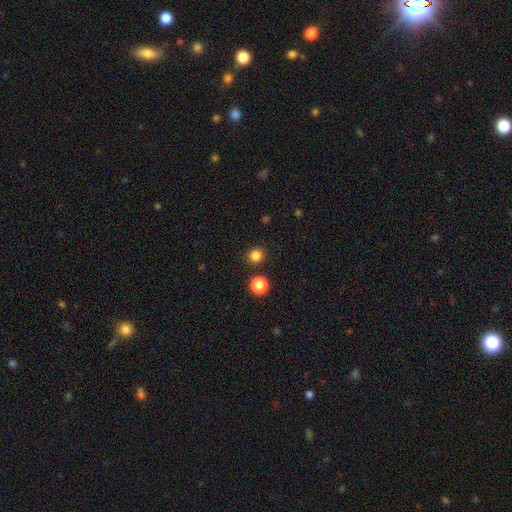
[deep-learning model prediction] Smooth or featured? Predicted: smooth (p=0.83). How rounded? Predicted: round (p=0.93). Merging? Predicted: none (p=0.89).